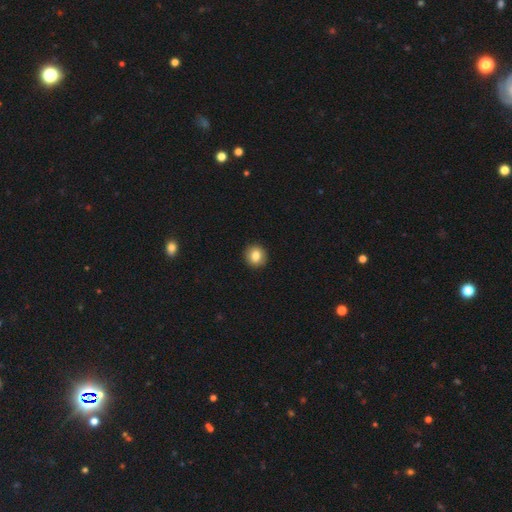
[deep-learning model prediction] smooth-or-featured: smooth: 83% | star or artifact: 9% | featured or disk: 8%
  how-rounded: round: 87% | in between: 12% | cigar-shaped: 1%
  merging: none: 93% | minor disturbance: 5% | major disturbance: 1% | merger: 1%